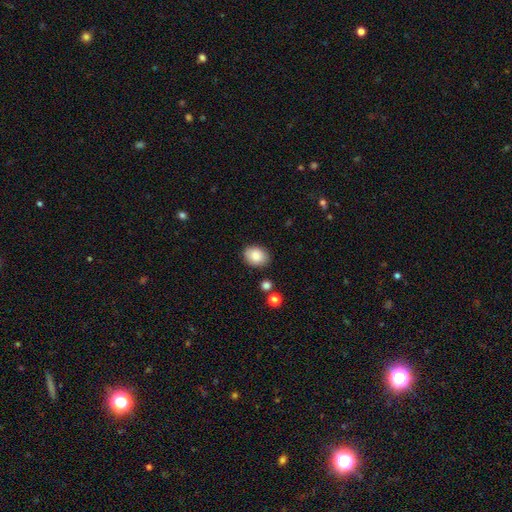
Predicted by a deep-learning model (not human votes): smooth_or_featured: smooth (p=0.86) [alt: star or artifact p=0.08]
how_rounded: in between (p=0.63) [alt: round p=0.36]
merging: none (p=0.85) [alt: minor disturbance p=0.11]